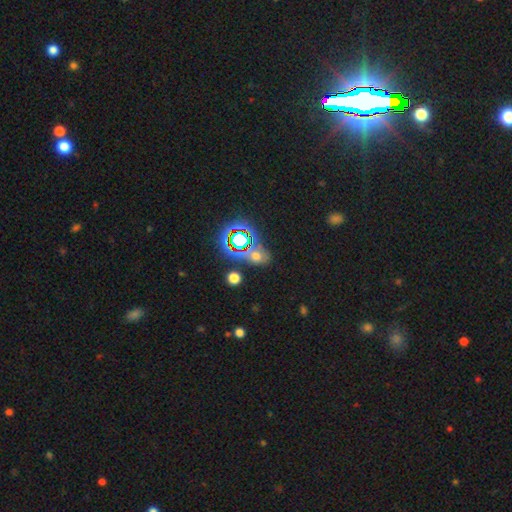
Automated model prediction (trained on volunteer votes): smooth 48%, star or artifact 40%, featured or disk 12%. Down the decision tree: merging — none (66%).